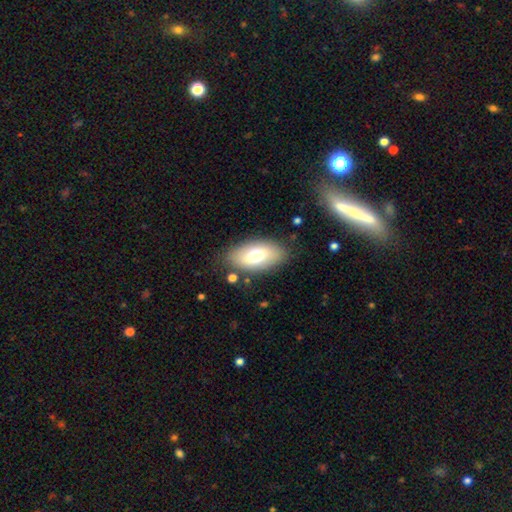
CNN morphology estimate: type=smooth (70%); roundness=in between (92%); merging=none (81%).